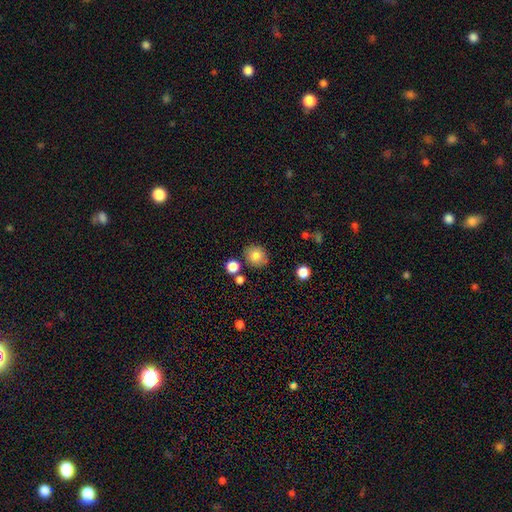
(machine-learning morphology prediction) A smooth galaxy with no disk features (81%) that is round (79%).

Vote fractions:
- Smooth or featured? smooth: 81% / star or artifact: 10% / featured or disk: 8%
- How rounded? round: 79% / in between: 20% / cigar-shaped: 1%
- Merging? none: 80% / minor disturbance: 11% / merger: 6% / major disturbance: 3%